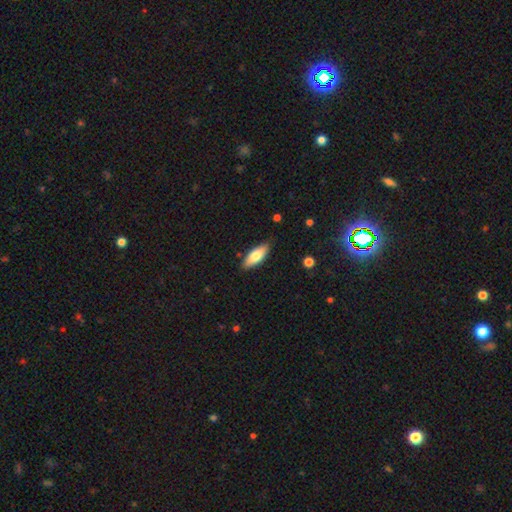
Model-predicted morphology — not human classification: The model was most divided on "how rounded": in between: 72%, cigar-shaped: 26%, round: 2%. More confident: merging — none (86%); smooth or featured — smooth (74%).